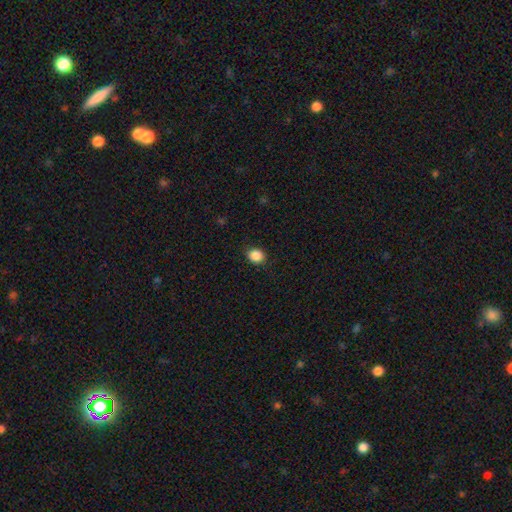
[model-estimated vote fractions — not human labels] smooth 88%, star or artifact 9%, featured or disk 3%. Down the decision tree: how rounded — round (69%); merging — none (88%).